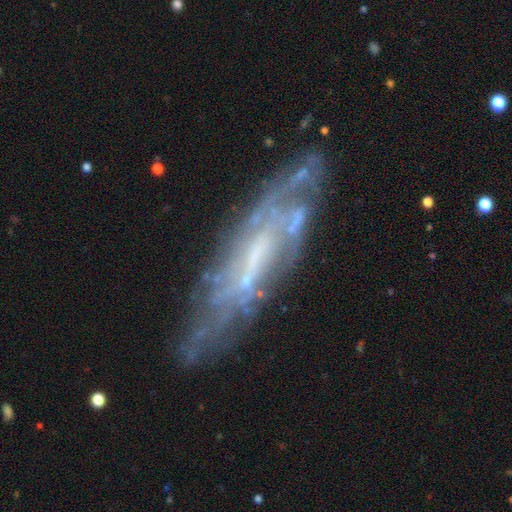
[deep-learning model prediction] Morphology: type=featured or disk (77%); edge-on=no (68%); bar=no (42%); spiral arms=yes (71%); bulge=small (41%); merging=none (72%).